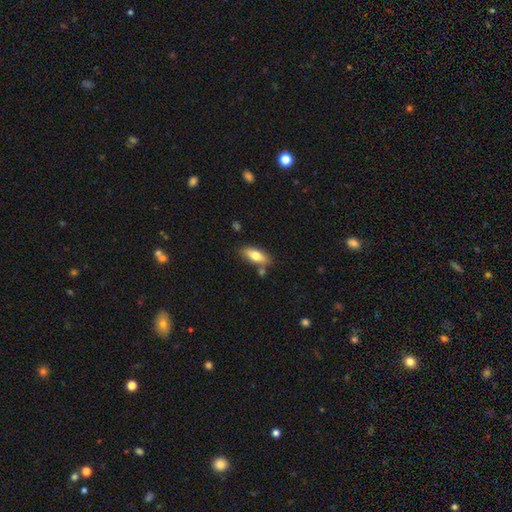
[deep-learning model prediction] smooth_or_featured: smooth (p=0.71) [alt: featured or disk p=0.23]
how_rounded: in between (p=0.75) [alt: cigar-shaped p=0.22]
merging: none (p=0.73) [alt: minor disturbance p=0.15]